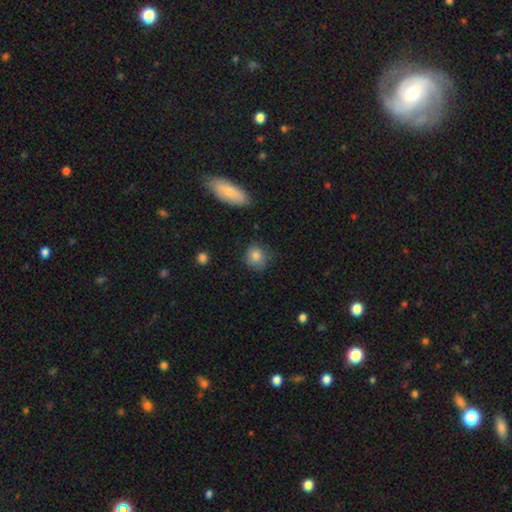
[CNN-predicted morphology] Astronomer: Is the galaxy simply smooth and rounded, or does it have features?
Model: smooth — 83%.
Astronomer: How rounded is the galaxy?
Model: round — 79%.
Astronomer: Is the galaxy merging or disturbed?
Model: none — 72%.